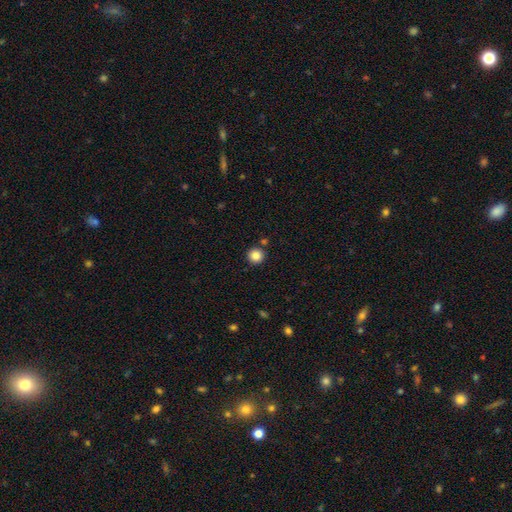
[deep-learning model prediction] A smooth galaxy with no disk features (86%) that is round (95%). Merging: none (89%).